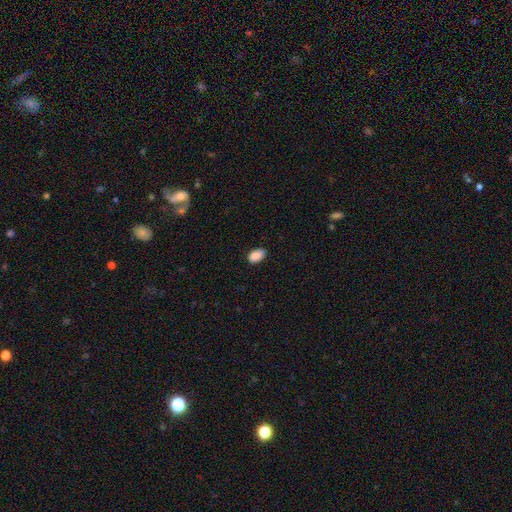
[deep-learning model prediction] Smooth or featured? Predicted: smooth (p=0.89). How rounded? Predicted: in between (p=0.93). Merging? Predicted: none (p=0.81).